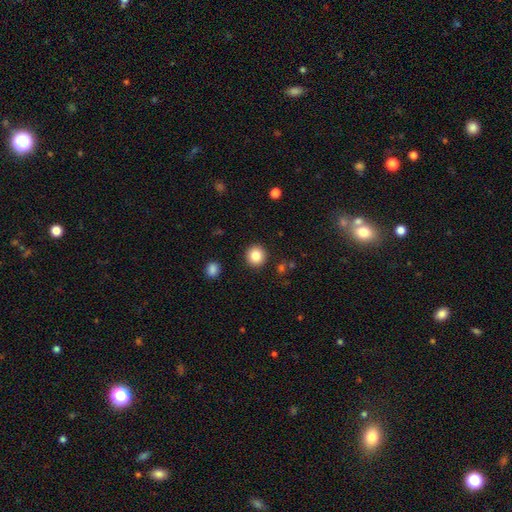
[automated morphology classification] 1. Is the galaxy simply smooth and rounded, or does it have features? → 85% smooth, 10% star or artifact, 5% featured or disk.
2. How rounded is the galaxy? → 93% round, 6% in between, 1% cigar-shaped.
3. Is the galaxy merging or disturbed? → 91% none, 5% minor disturbance, 2% major disturbance, 2% merger.